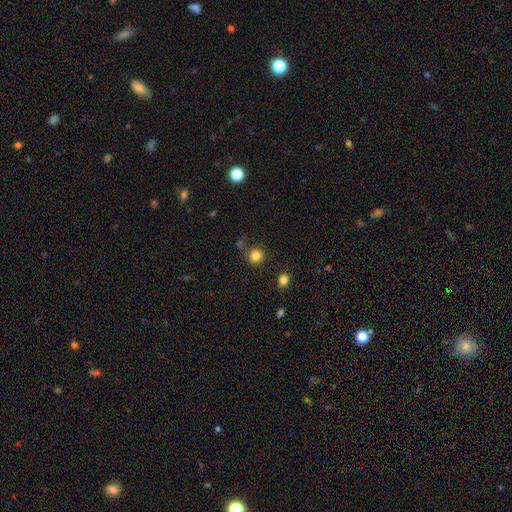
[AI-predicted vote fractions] This appears to be a smooth galaxy with no disk features (83%) that is round (93%). Merging: none (81%).